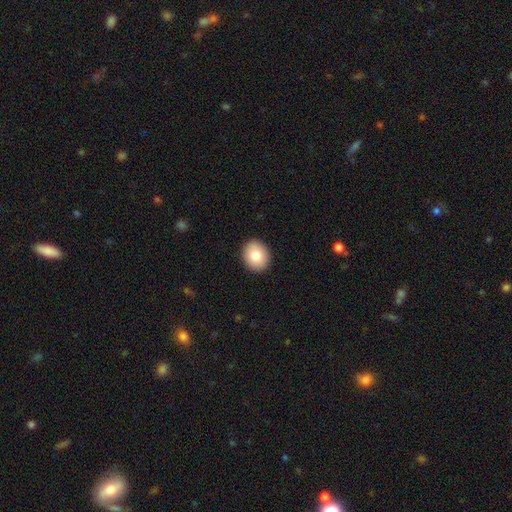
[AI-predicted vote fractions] This appears to be a smooth galaxy with no disk features (82%) that is round (62%). Merging: none (91%).